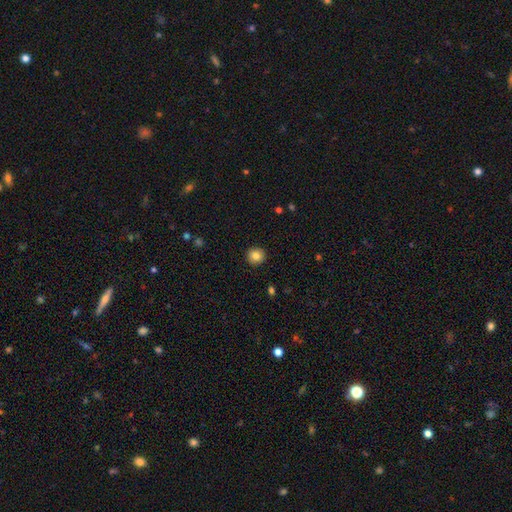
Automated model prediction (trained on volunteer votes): Smooth or featured: smooth — 83% (star or artifact — 9%)
How rounded: round — 92% (in between — 7%)
Merging: none — 92% (minor disturbance — 6%)